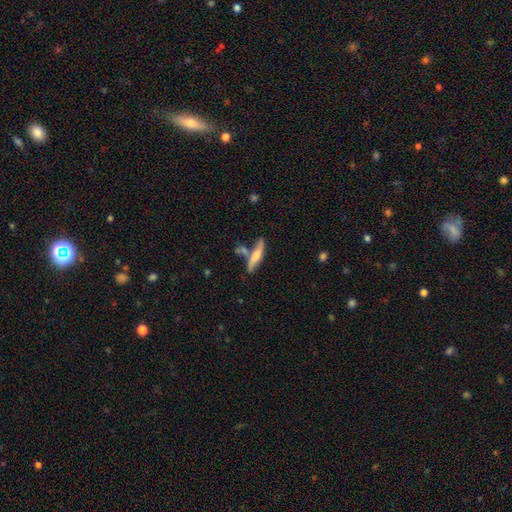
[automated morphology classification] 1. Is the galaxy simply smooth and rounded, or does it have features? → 53% smooth, 41% featured or disk, 6% star or artifact.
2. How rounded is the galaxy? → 82% cigar-shaped, 16% in between, 2% round.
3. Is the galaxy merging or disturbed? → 60% none, 18% merger, 17% minor disturbance, 5% major disturbance.